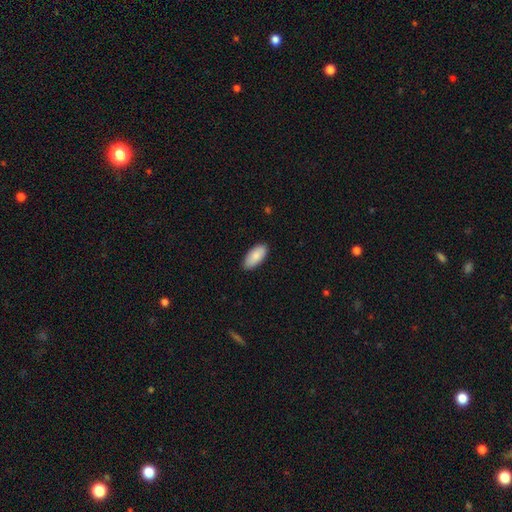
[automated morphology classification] Smooth or featured? Predicted: smooth (p=0.87). How rounded? Predicted: in between (p=0.92). Merging? Predicted: none (p=0.87).